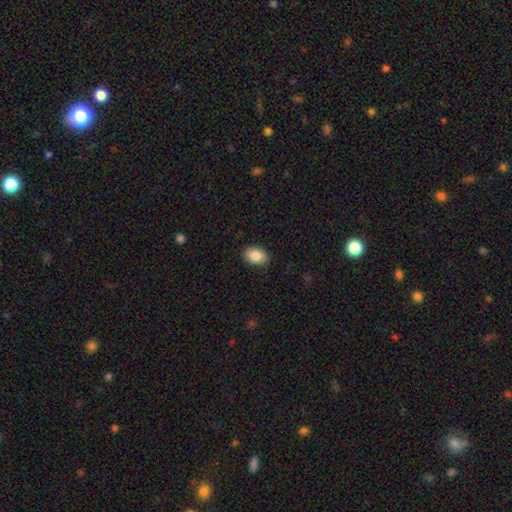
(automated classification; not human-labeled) smooth 87%, star or artifact 7%, featured or disk 6%. Down the decision tree: how rounded — in between (85%); merging — none (89%).